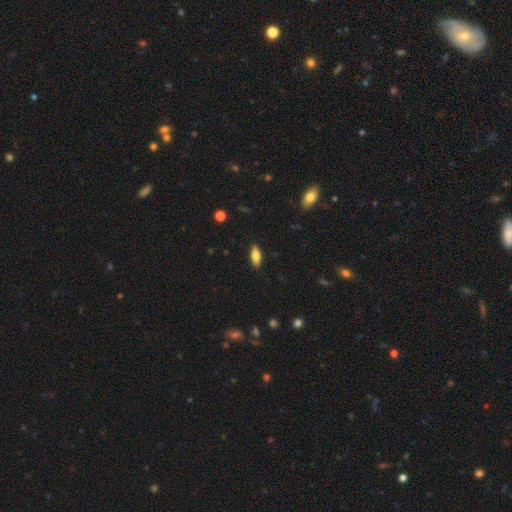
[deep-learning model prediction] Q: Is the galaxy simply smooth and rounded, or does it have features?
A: smooth — 71%.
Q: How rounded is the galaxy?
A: in between — 68%.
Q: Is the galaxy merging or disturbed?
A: none — 88%.